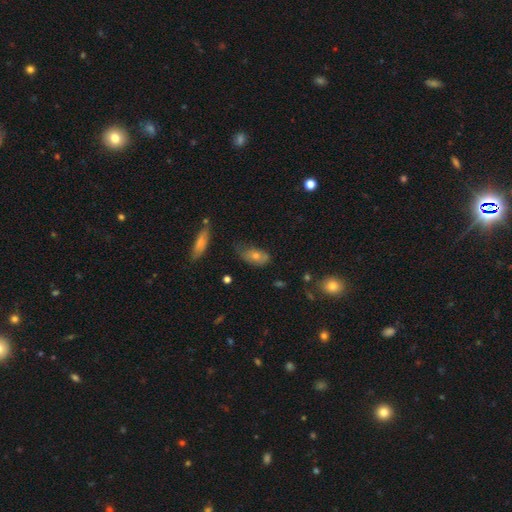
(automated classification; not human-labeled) Smooth or featured? Predicted: smooth (p=0.54). How rounded? Predicted: in between (p=0.83). Merging? Predicted: none (p=0.54).